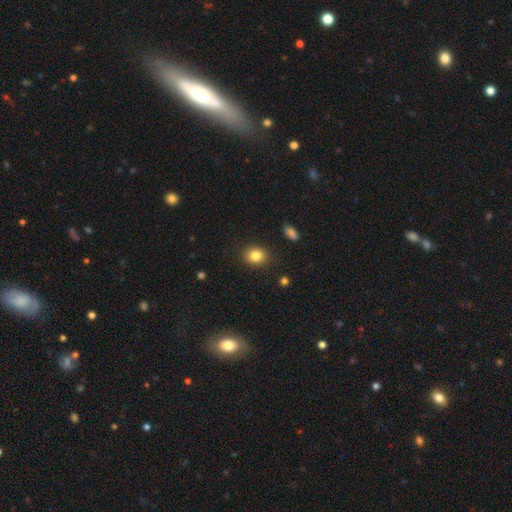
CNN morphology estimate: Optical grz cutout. It shows a smooth galaxy with no disk features (83%) that is round (55%). Merging: none (89%).